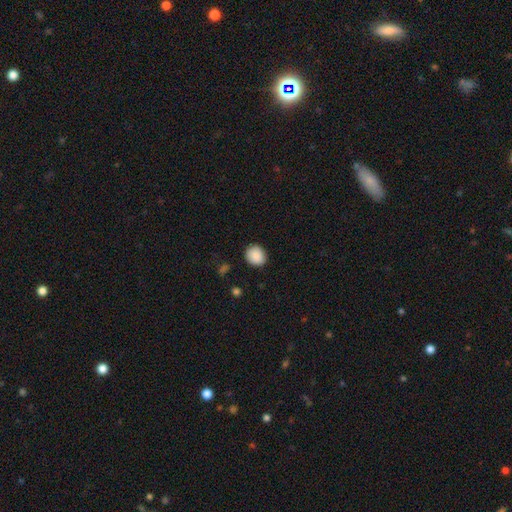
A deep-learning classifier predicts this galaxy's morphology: Overall: smooth (89%). How rounded: round (69%; in between 30%). Merging: none (86%).